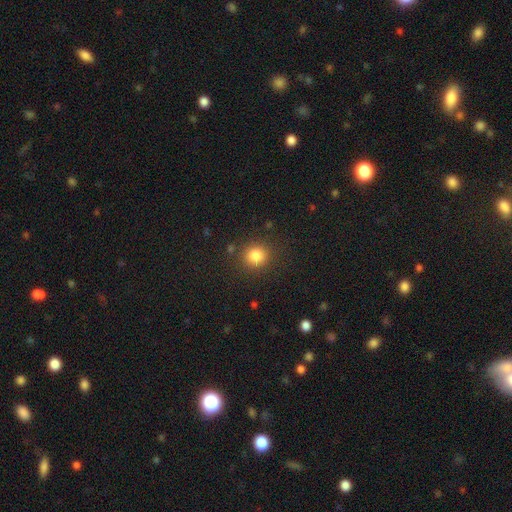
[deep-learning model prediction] Q: Smooth or featured?
A: smooth (84%); runner-up: star or artifact (12%)
Q: How rounded?
A: round (89%); runner-up: in between (11%)
Q: Merging?
A: none (87%); runner-up: minor disturbance (8%)